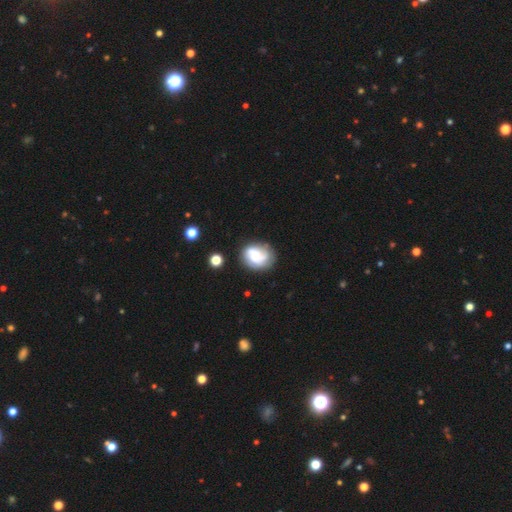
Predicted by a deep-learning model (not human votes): The model was most divided on "smooth or featured": featured or disk: 46%, smooth: 45%, star or artifact: 9%. More confident: merging — none (59%).